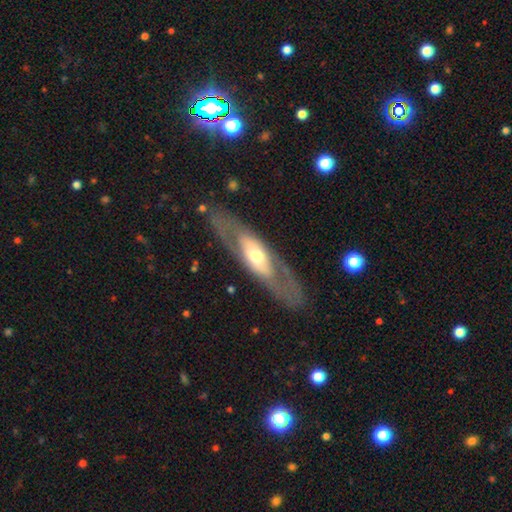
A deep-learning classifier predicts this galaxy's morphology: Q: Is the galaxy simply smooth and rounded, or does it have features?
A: featured or disk — 68%.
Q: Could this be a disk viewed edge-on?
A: no — 67%.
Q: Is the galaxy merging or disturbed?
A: none — 79%.